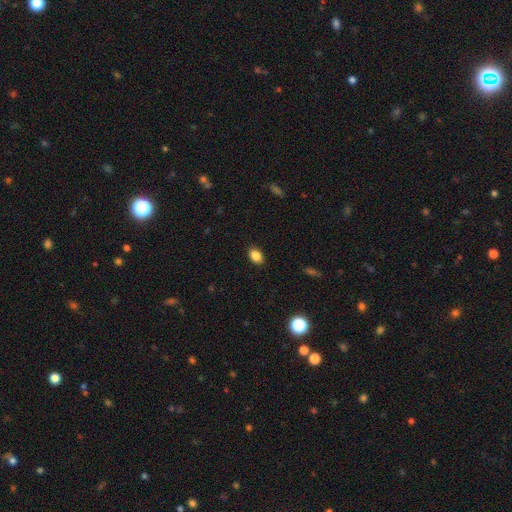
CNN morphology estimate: This is clearly a smooth galaxy (87%). How rounded: likely in between (77%). Merging: clearly none (88%).